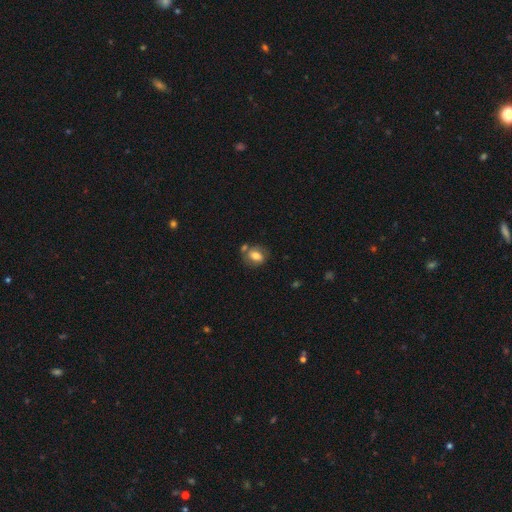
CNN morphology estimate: smooth_or_featured: smooth (p=0.65) [alt: featured or disk p=0.26]
how_rounded: in between (p=0.61) [alt: round p=0.37]
merging: none (p=0.54) [alt: merger p=0.20]